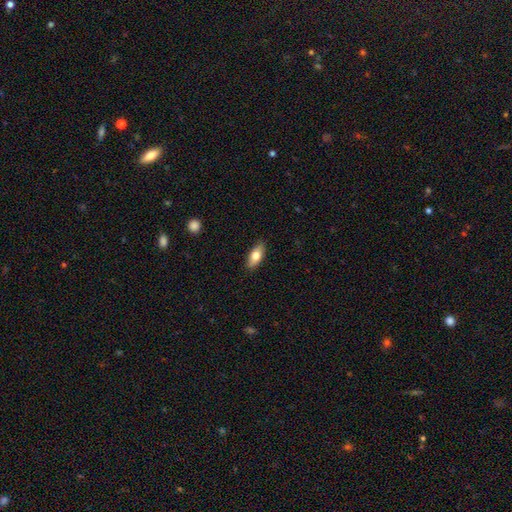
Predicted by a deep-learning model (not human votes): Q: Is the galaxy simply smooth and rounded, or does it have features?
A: smooth — 73%.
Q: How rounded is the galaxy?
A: in between — 81%.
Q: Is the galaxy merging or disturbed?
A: none — 88%.